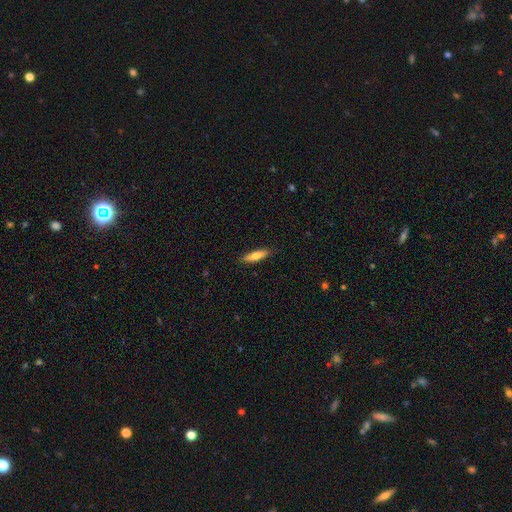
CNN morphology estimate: A smooth galaxy with no disk features (70%) that is cigar-shaped (70%). Merging: none (89%).